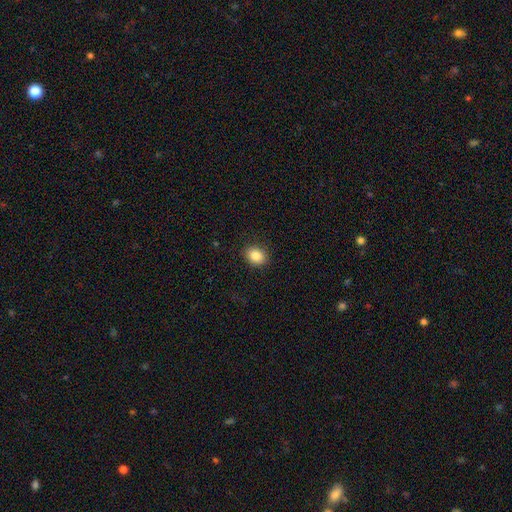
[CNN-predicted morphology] This appears to be a smooth galaxy with no disk features (86%) that is round (55%). Merging: none (89%).